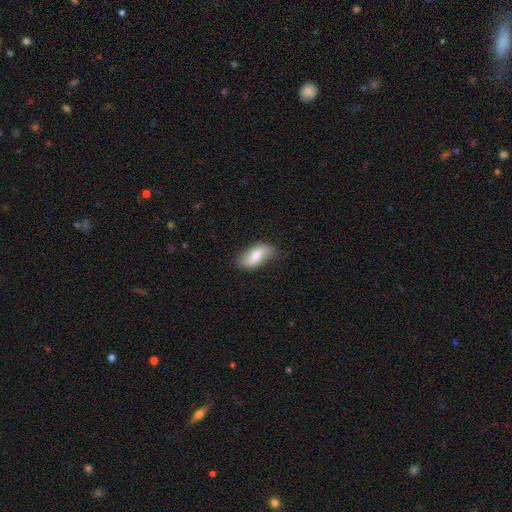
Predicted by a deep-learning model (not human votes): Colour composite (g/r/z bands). It shows a smooth galaxy with no disk features (58%) that is in between round and cigar-shaped (88%). Merging: none (75%).